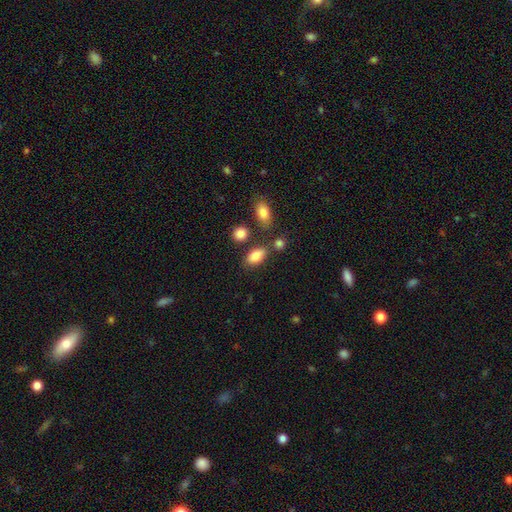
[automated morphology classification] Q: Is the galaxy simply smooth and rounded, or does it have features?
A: smooth — 85%.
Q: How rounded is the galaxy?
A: in between — 88%.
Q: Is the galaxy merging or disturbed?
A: none — 72%.